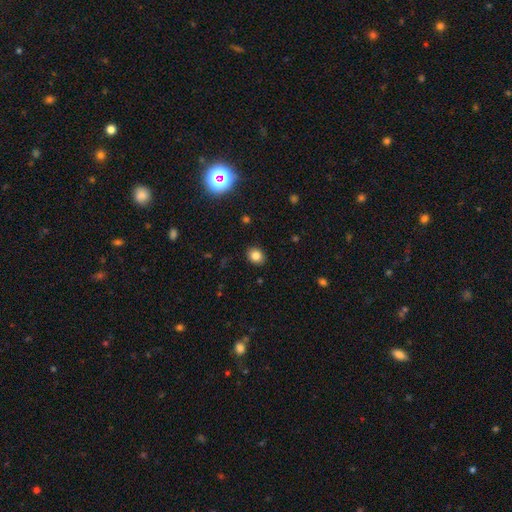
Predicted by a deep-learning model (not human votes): Smooth or featured? Predicted: smooth (p=0.82). How rounded? Predicted: round (p=0.58). Merging? Predicted: none (p=0.89).